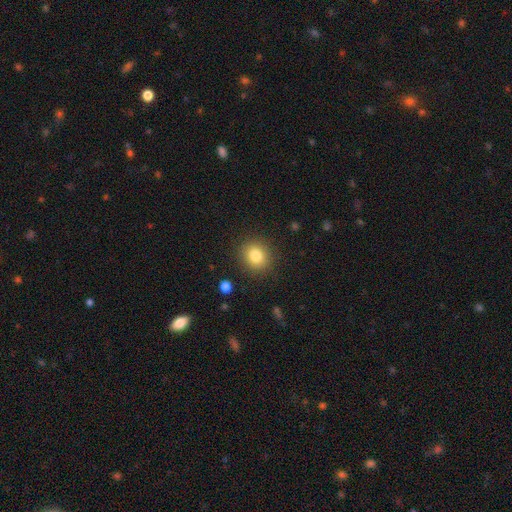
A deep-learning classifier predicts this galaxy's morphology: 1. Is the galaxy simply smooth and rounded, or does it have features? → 82% smooth, 11% star or artifact, 7% featured or disk.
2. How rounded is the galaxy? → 79% round, 20% in between, 1% cigar-shaped.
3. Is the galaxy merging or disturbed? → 88% none, 8% minor disturbance, 3% major disturbance, 1% merger.